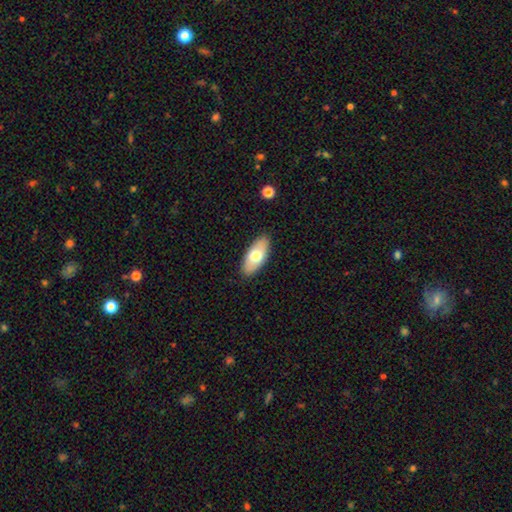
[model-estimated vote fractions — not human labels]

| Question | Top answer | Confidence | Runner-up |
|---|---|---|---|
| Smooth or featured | smooth | 65% | featured or disk (29%) |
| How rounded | in between | 89% | cigar-shaped (8%) |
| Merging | none | 87% | minor disturbance (10%) |